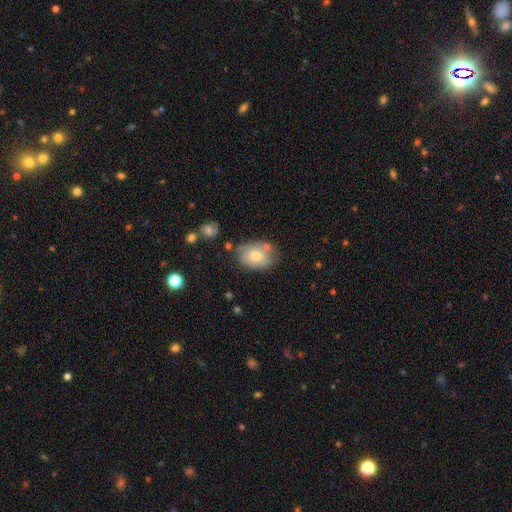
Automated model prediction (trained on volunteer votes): Smooth or featured: smooth — 70% (featured or disk — 22%)
How rounded: in between — 75% (round — 24%)
Merging: none — 61% (minor disturbance — 22%)